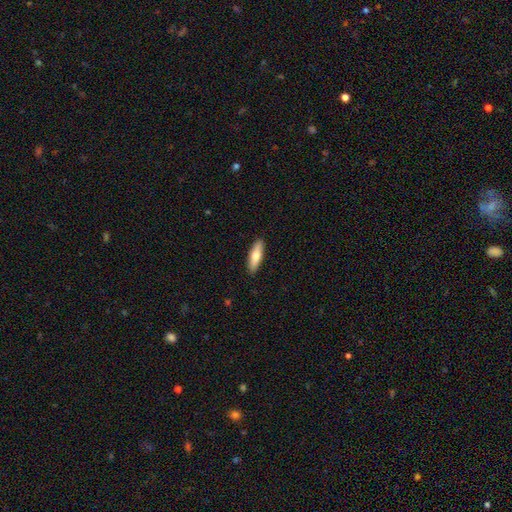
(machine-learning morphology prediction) type=smooth (70%); roundness=cigar-shaped (60%); merging=none (91%).